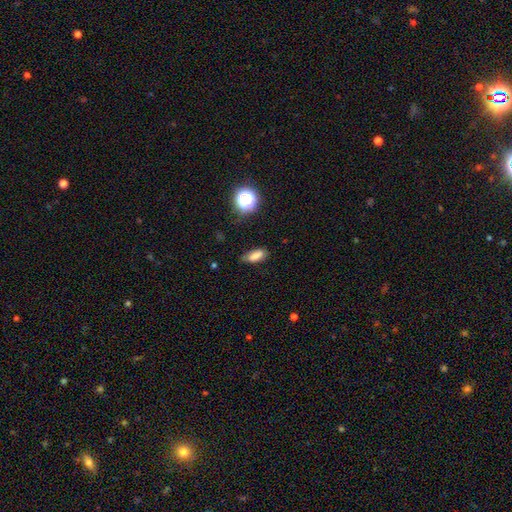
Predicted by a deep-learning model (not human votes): A smooth galaxy with no disk features (78%) that is in between round and cigar-shaped (79%).

Vote fractions:
- Smooth or featured? smooth: 78% / star or artifact: 12% / featured or disk: 10%
- How rounded? in between: 79% / cigar-shaped: 15% / round: 6%
- Merging? none: 70% / minor disturbance: 23% / major disturbance: 5% / merger: 2%